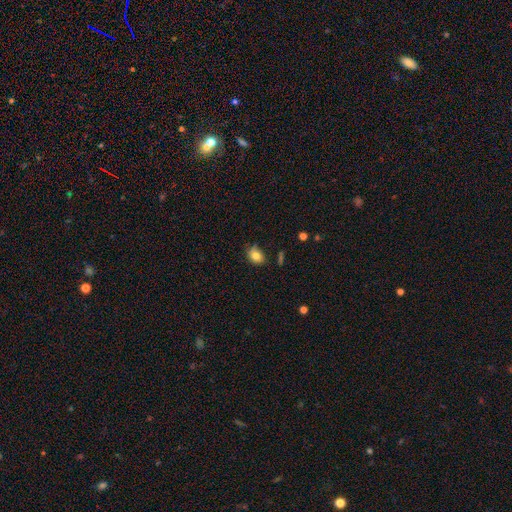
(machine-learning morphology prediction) Q: Smooth or featured?
A: smooth (79%); runner-up: featured or disk (11%)
Q: How rounded?
A: in between (61%); runner-up: round (37%)
Q: Merging?
A: none (61%); runner-up: minor disturbance (29%)